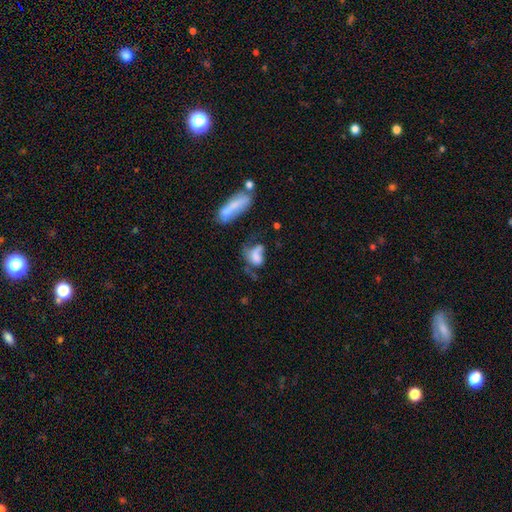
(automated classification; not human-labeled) Overall: smooth (60%; featured or disk 29%). How rounded: in between (80%). Merging: major disturbance (36%; none 22%).